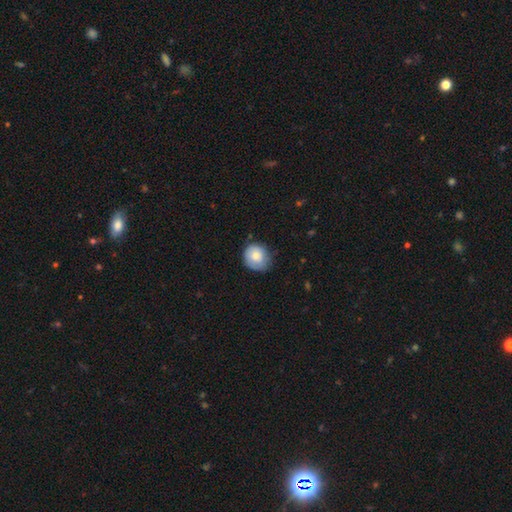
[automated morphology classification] This is likely a smooth galaxy (79%). How rounded: likely round (76%). Merging: likely none (67%).